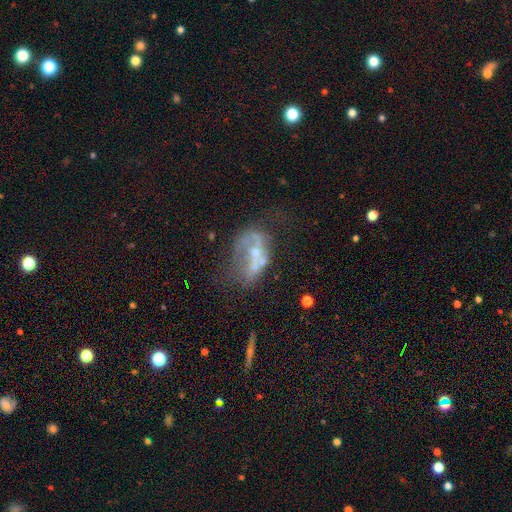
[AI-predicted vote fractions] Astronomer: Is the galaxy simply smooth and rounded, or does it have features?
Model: featured or disk — 64%.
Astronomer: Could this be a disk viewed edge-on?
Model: no — 97%.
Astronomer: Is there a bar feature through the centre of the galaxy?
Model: no — 81%.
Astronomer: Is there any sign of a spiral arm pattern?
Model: no — 81%.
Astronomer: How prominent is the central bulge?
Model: small — 43% (runner-up: moderate, 28%).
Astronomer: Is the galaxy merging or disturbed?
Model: major disturbance — 32% (runner-up: none, 28%).